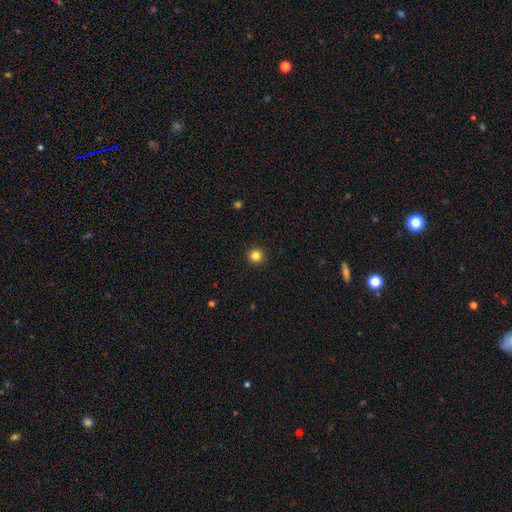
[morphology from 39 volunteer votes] smooth-or-featured: smooth: 97% | featured or disk: 3% | star or artifact: 0%
  how-rounded: round: 100% | in between: 0% | cigar-shaped: 0%
  merging: none: 100% | minor disturbance: 0% | major disturbance: 0% | merger: 0%